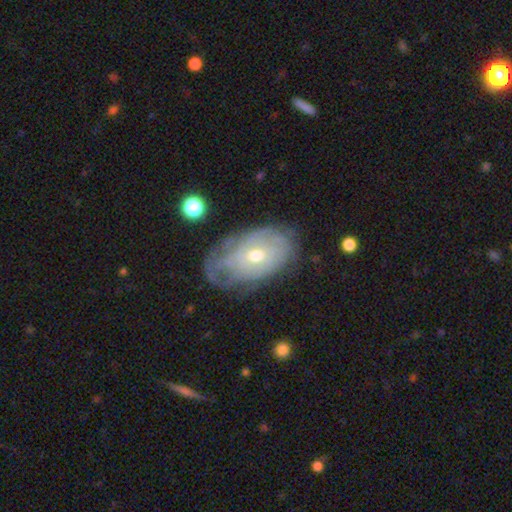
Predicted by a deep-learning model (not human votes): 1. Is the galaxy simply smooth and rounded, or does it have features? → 71% featured or disk, 22% smooth, 7% star or artifact.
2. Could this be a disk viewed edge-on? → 94% no, 6% yes.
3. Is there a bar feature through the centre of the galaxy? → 72% no, 24% weak, 4% strong.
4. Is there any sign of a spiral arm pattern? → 73% yes, 27% no.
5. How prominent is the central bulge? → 56% moderate, 40% small, 2% large, 1% none, 1% dominant.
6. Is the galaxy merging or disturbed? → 53% none, 28% minor disturbance, 17% major disturbance, 2% merger.